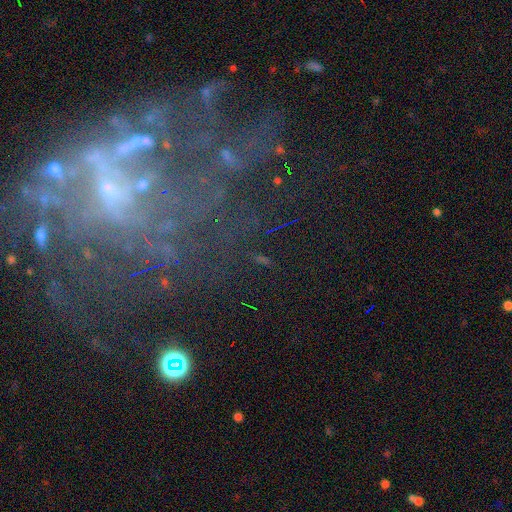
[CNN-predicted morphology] smooth-or-featured: featured or disk: 60% | star or artifact: 27% | smooth: 13%
  disk-edge-on: no: 96% | yes: 4%
    bar: no: 66% | weak: 23% | strong: 11%
    has-spiral-arms: no: 61% | yes: 39%
    bulge-size: small: 56% | none: 31% | moderate: 10% | large: 2% | dominant: 1%
  merging: none: 46% | major disturbance: 31% | minor disturbance: 16% | merger: 7%